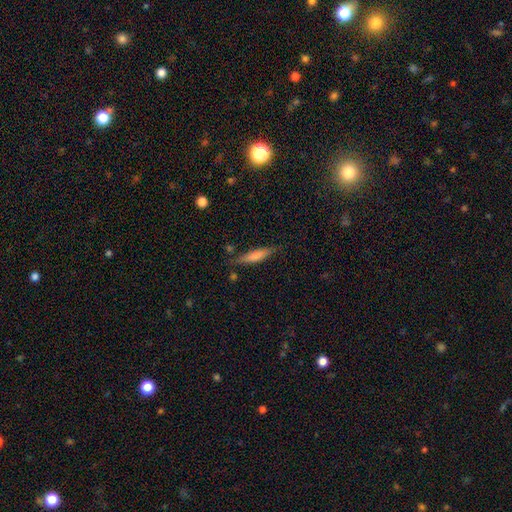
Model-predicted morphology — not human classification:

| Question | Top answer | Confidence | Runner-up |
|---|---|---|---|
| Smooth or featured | smooth | 70% | featured or disk (24%) |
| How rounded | cigar-shaped | 81% | in between (18%) |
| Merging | none | 78% | minor disturbance (16%) |